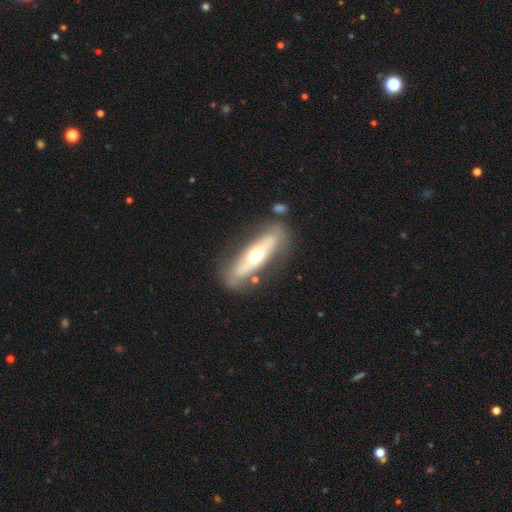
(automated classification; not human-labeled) Smooth or featured? featured or disk (57%)
Edge-on disk? yes (52%)
Merging? none (74%)